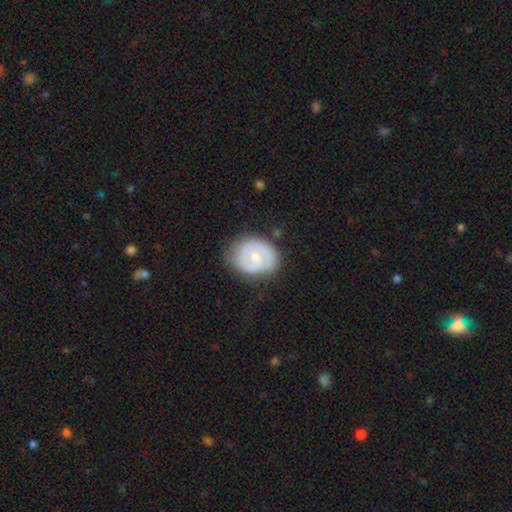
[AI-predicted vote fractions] Smooth or featured: featured or disk — 63% (smooth — 32%)
Edge-on disk: no — 97% (yes — 3%)
Bar: no — 62% (weak — 33%)
Spiral arms: yes — 73% (no — 27%)
Bulge size: moderate — 48% (small — 47%)
Merging: none — 71% (minor disturbance — 21%)